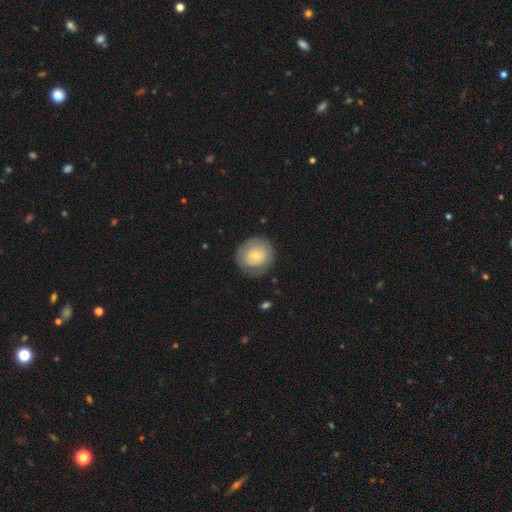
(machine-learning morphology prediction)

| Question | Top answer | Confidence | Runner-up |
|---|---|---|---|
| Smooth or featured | smooth | 54% | featured or disk (40%) |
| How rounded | round | 84% | in between (15%) |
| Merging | none | 75% | minor disturbance (16%) |